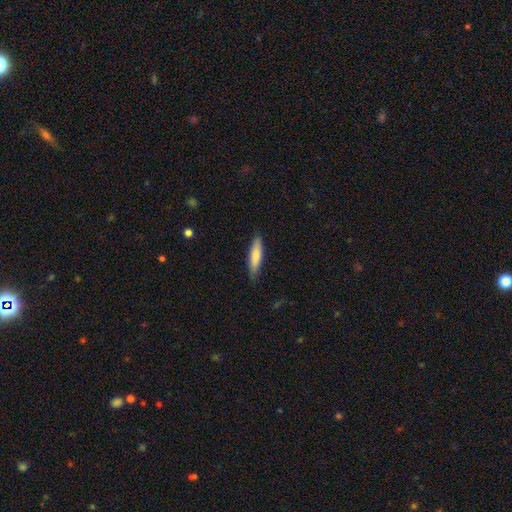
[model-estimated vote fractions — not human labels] Overall: smooth (79%). How rounded: cigar-shaped (71%). Merging: none (84%).